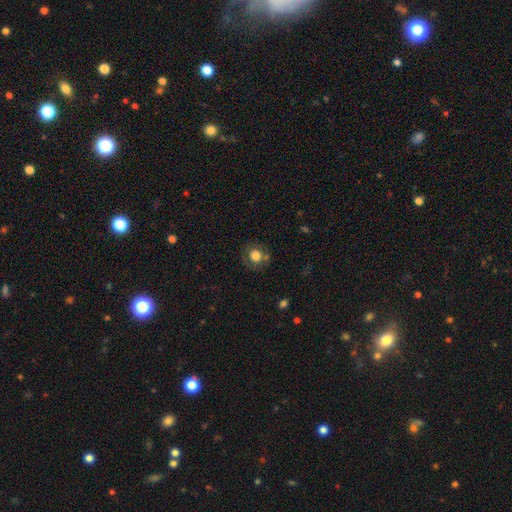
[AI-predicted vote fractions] The model was most divided on "merging": none: 68%, minor disturbance: 16%, merger: 8%, major disturbance: 7%. More confident: how rounded — round (80%); smooth or featured — smooth (72%).